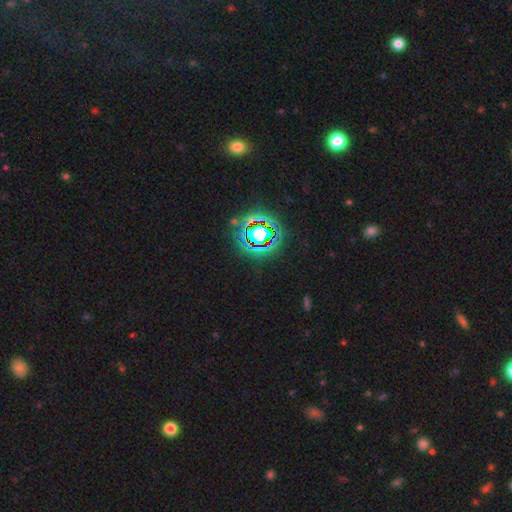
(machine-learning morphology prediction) This appears to be a star or artifact, not a galaxy (78%).